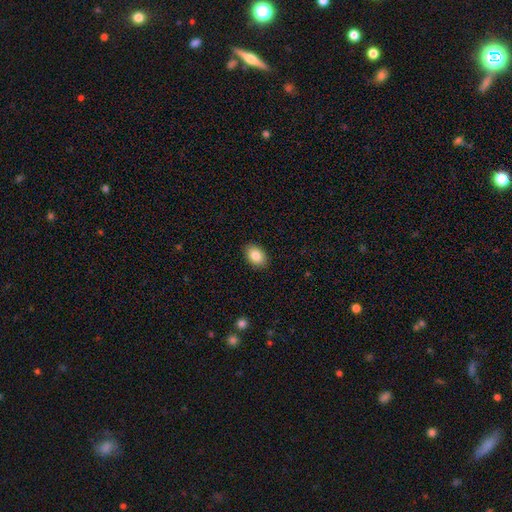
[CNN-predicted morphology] Overall: smooth (85%). How rounded: in between (83%). Merging: none (90%).